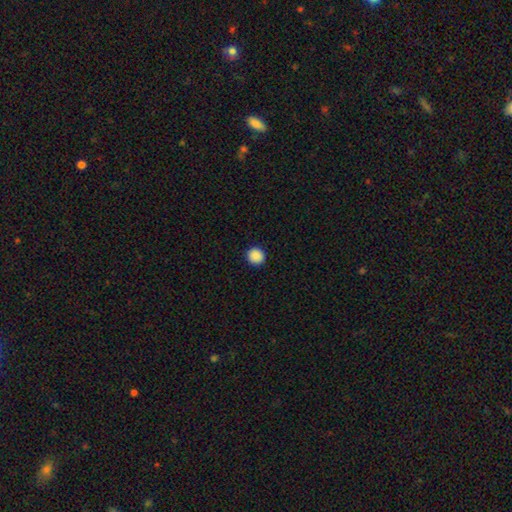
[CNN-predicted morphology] smooth 90%, star or artifact 9%, featured or disk 2%. Down the decision tree: how rounded — round (92%); merging — none (93%).